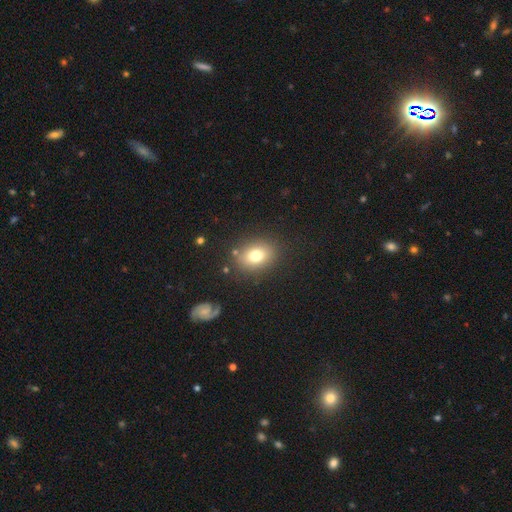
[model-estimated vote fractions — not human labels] Smooth or featured?
  - smooth: 76% *
  - featured or disk: 12%
  - star or artifact: 11%
How rounded?
  - in between: 60% *
  - round: 39%
  - cigar-shaped: 1%
Merging?
  - none: 83% *
  - minor disturbance: 10%
  - major disturbance: 4%
  - merger: 3%